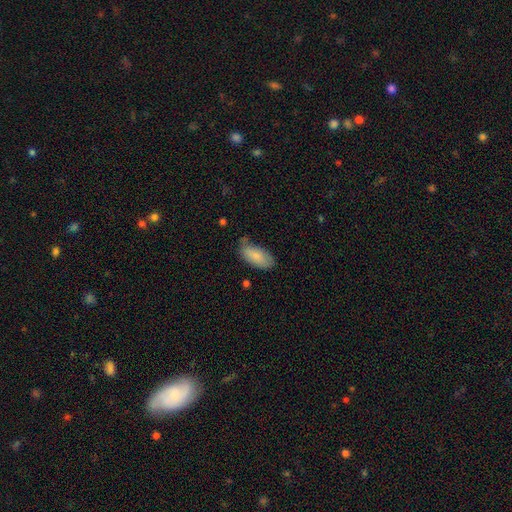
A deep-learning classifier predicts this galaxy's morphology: A smooth galaxy with no disk features (84%) that is in between round and cigar-shaped (91%). Merging: none (61%).